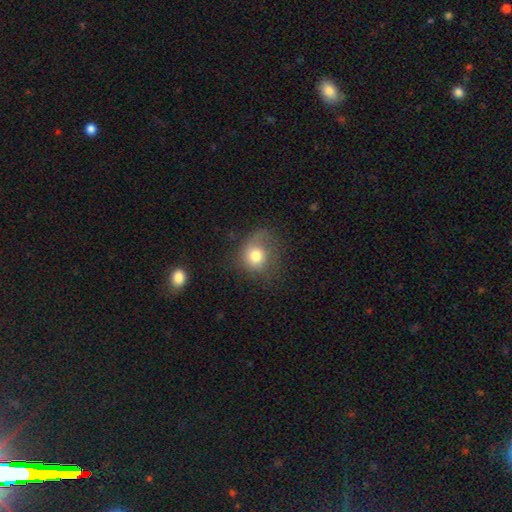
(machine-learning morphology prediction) Smooth or featured: smooth — 72% (featured or disk — 18%)
How rounded: round — 76% (in between — 23%)
Merging: none — 53% (minor disturbance — 24%)